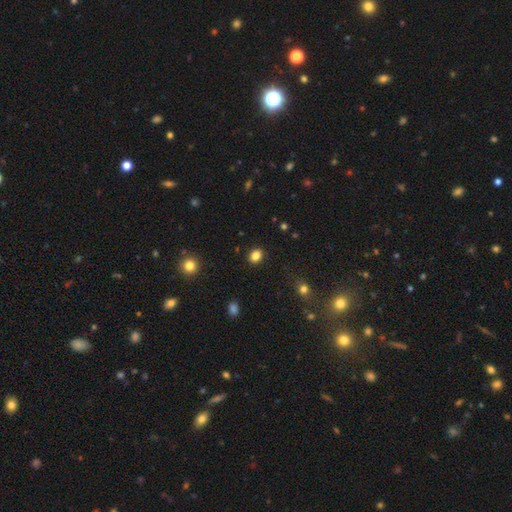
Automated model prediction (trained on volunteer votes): smooth 84%, star or artifact 11%, featured or disk 5%. Down the decision tree: how rounded — in between (53%); merging — none (89%).